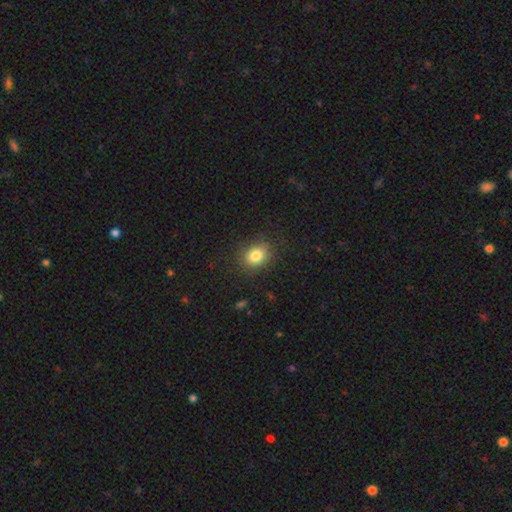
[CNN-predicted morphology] Smooth or featured? smooth (82%)
How rounded? round (55%)
Merging? none (84%)